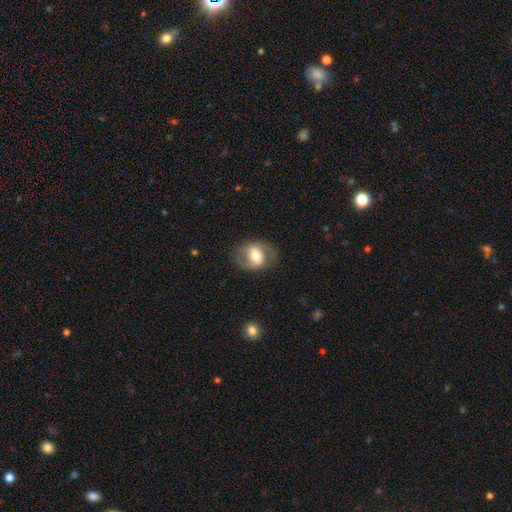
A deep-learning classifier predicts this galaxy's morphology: Overall: featured or disk (49%; smooth 43%). Merging: none (75%).